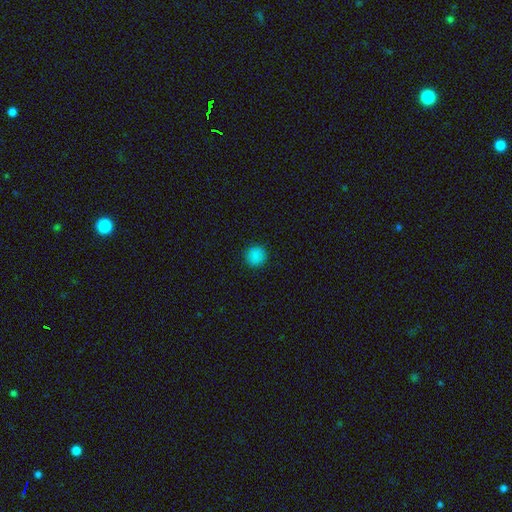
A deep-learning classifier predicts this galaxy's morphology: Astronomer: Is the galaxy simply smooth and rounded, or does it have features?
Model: smooth — 86%.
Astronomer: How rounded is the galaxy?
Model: round — 94%.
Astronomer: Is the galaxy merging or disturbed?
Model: none — 92%.